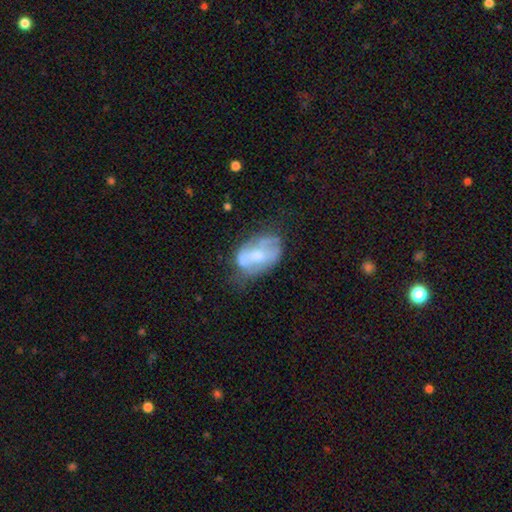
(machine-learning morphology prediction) A featured or disk galaxy (58%) with no bar (60%), no spiral arms (59%) and a moderate central bulge (54%). Merging: none (43%).